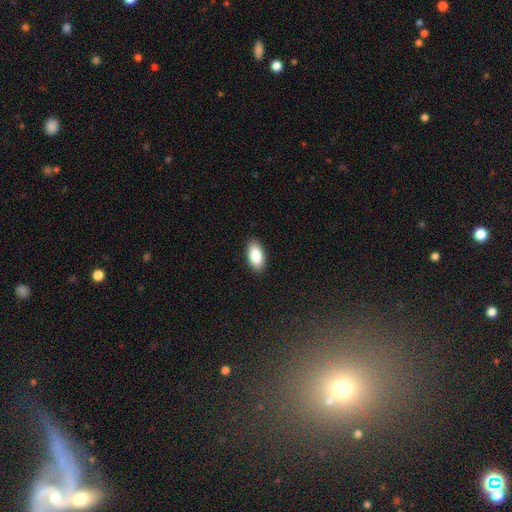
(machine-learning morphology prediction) smooth-or-featured: smooth: 87% | star or artifact: 7% | featured or disk: 6%
  how-rounded: in between: 92% | cigar-shaped: 5% | round: 2%
  merging: none: 90% | minor disturbance: 8% | major disturbance: 2% | merger: 1%